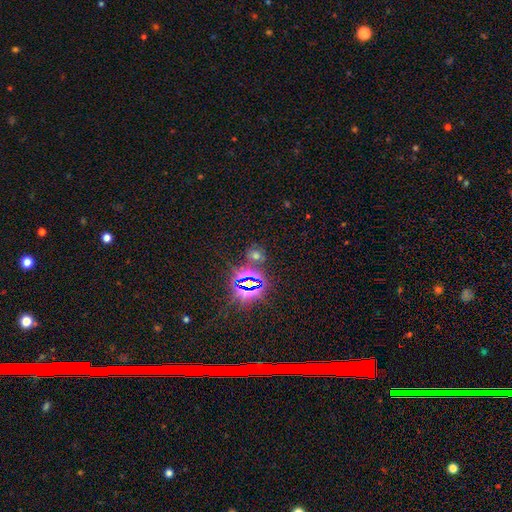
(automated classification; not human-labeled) A star or artifact, not a galaxy (56%).

Vote fractions:
- Smooth or featured? star or artifact: 56% / smooth: 35% / featured or disk: 9%